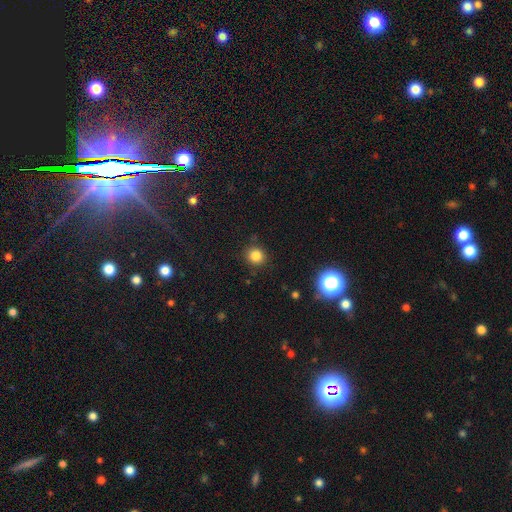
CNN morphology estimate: A smooth galaxy with no disk features (82%) that is round (88%). Merging: none (87%).